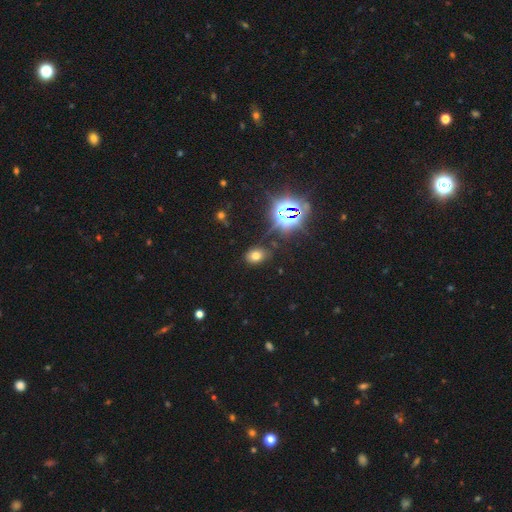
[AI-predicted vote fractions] This is likely a smooth galaxy (64%). How rounded: likely in between (69%). Merging: clearly none (80%).